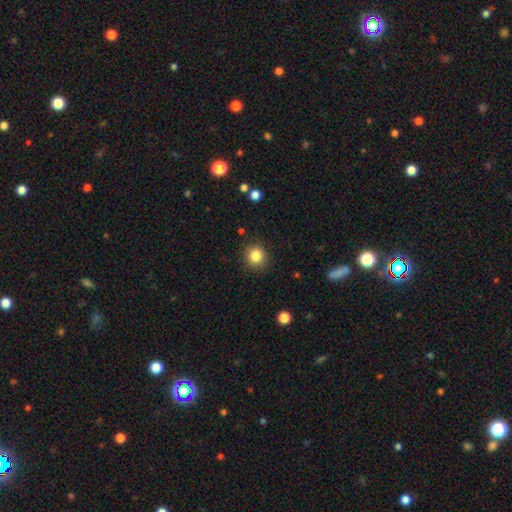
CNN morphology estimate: Overall: smooth (85%). How rounded: round (90%). Merging: none (89%).